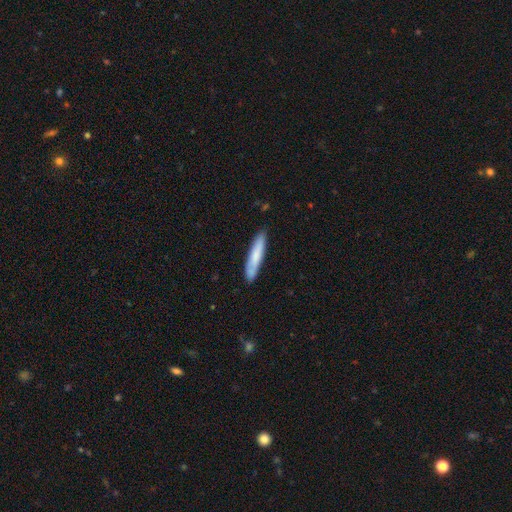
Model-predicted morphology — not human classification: Smooth or featured?
  - smooth: 74% *
  - featured or disk: 20%
  - star or artifact: 6%
How rounded?
  - cigar-shaped: 90% *
  - in between: 8%
  - round: 1%
Merging?
  - none: 85% *
  - minor disturbance: 12%
  - major disturbance: 2%
  - merger: 2%